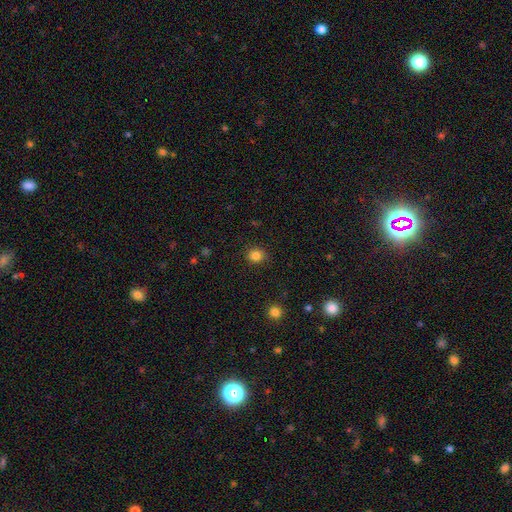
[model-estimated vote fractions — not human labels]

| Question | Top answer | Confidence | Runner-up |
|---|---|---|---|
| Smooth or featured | smooth | 84% | star or artifact (12%) |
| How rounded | round | 80% | in between (20%) |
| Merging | none | 88% | minor disturbance (8%) |